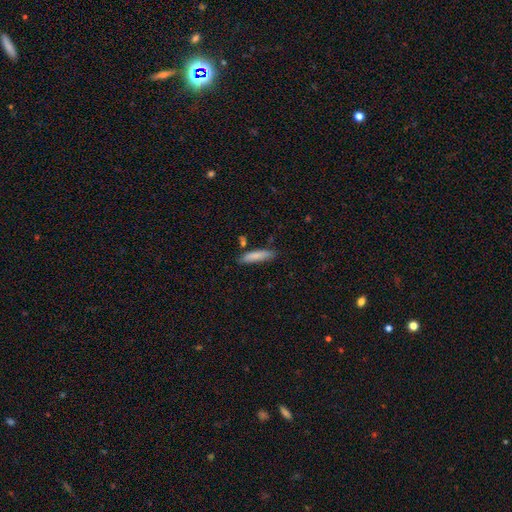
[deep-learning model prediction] Q: Smooth or featured?
A: smooth (82%); runner-up: featured or disk (12%)
Q: How rounded?
A: cigar-shaped (79%); runner-up: in between (20%)
Q: Merging?
A: none (78%); runner-up: minor disturbance (14%)